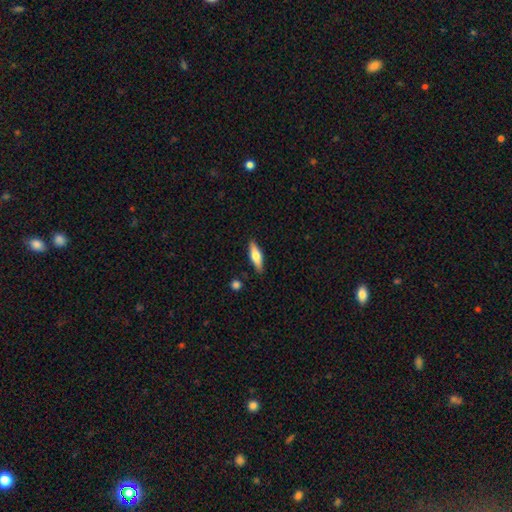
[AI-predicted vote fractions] smooth 58%, featured or disk 36%, star or artifact 6%. Down the decision tree: how rounded — cigar-shaped (51%); merging — none (86%).